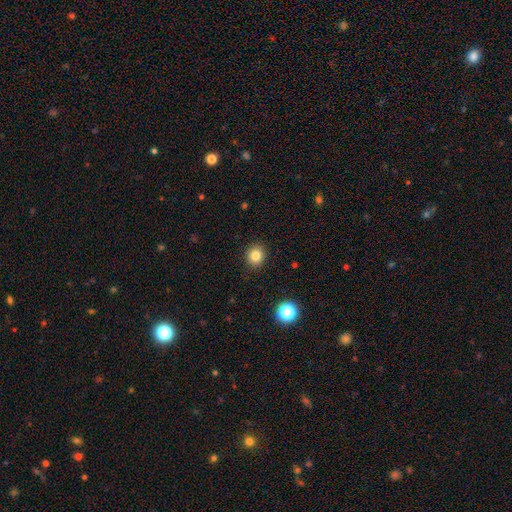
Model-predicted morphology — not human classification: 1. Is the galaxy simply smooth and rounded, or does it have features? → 82% smooth, 12% star or artifact, 6% featured or disk.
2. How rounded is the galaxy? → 86% round, 13% in between, 1% cigar-shaped.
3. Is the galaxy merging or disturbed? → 91% none, 6% minor disturbance, 2% major disturbance, 1% merger.